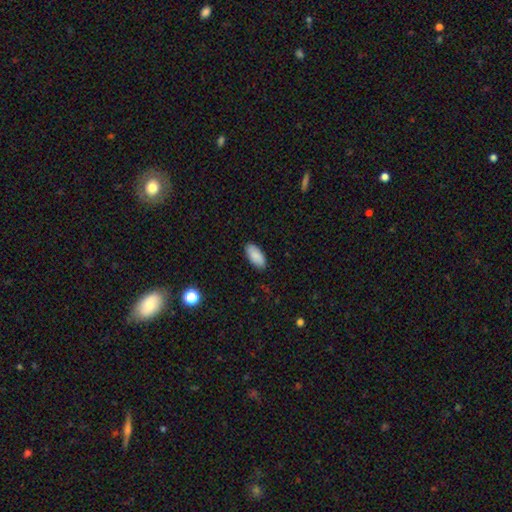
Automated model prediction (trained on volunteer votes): Smooth or featured: smooth — 88% (star or artifact — 6%)
How rounded: in between — 93% (cigar-shaped — 5%)
Merging: none — 89% (minor disturbance — 9%)